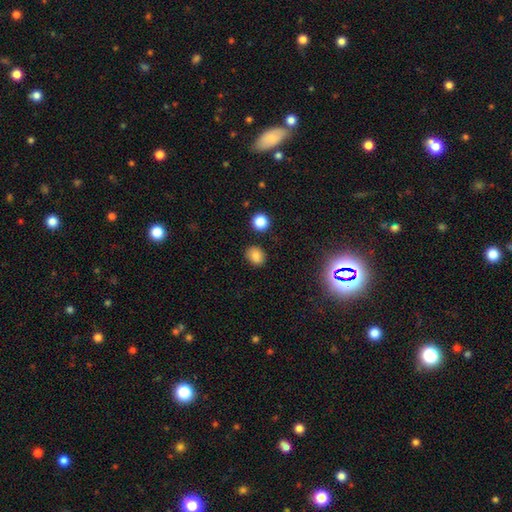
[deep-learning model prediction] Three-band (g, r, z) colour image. It shows a smooth galaxy with no disk features (82%) that is round (55%). Merging: none (83%).